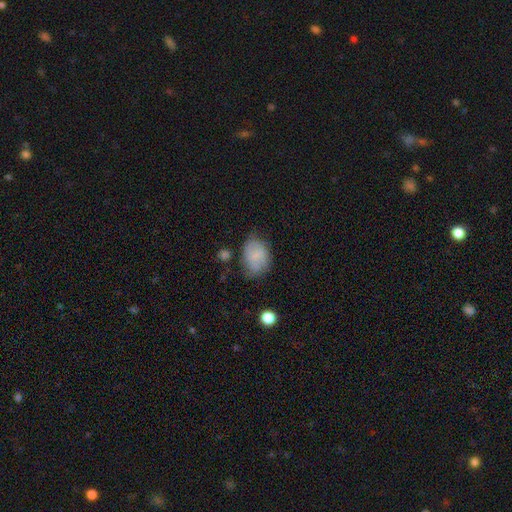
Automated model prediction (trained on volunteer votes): The model was most divided on "smooth or featured": smooth: 62%, featured or disk: 30%, star or artifact: 8%. More confident: how rounded — in between (73%); merging — none (61%).